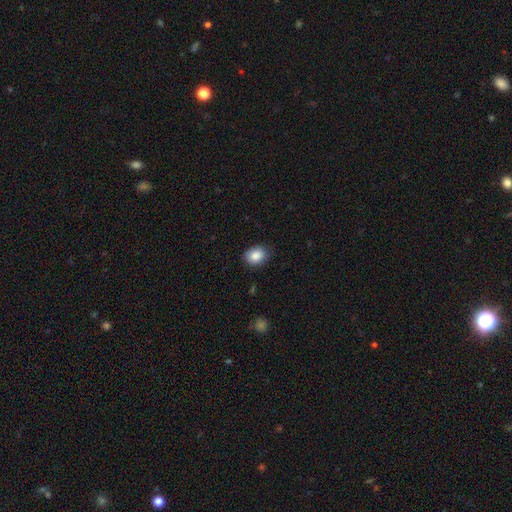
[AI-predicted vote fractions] A smooth galaxy with no disk features (87%) that is in between round and cigar-shaped (58%). Merging: none (83%).